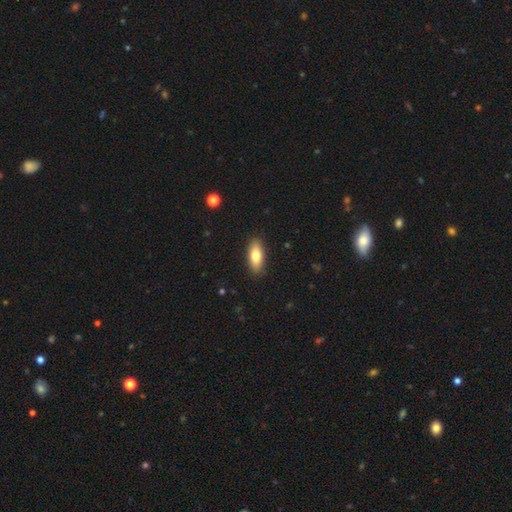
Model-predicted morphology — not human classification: The model was most divided on "how rounded": in between: 78%, cigar-shaped: 19%, round: 3%. More confident: merging — none (88%); smooth or featured — smooth (79%).